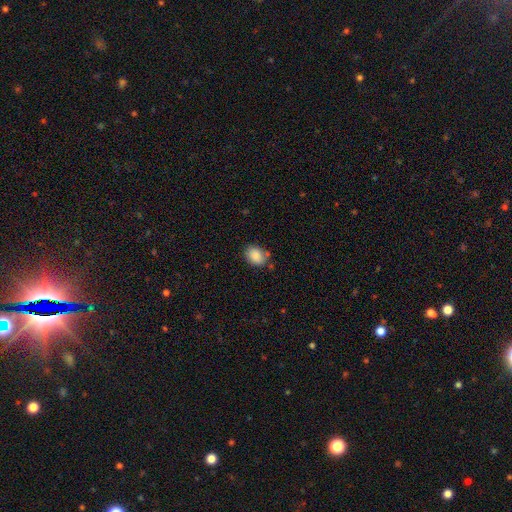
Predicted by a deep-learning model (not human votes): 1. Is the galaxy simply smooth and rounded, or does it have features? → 87% smooth, 8% star or artifact, 5% featured or disk.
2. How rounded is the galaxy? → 66% in between, 32% round, 1% cigar-shaped.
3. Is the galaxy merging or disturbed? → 69% none, 20% minor disturbance, 6% merger, 5% major disturbance.